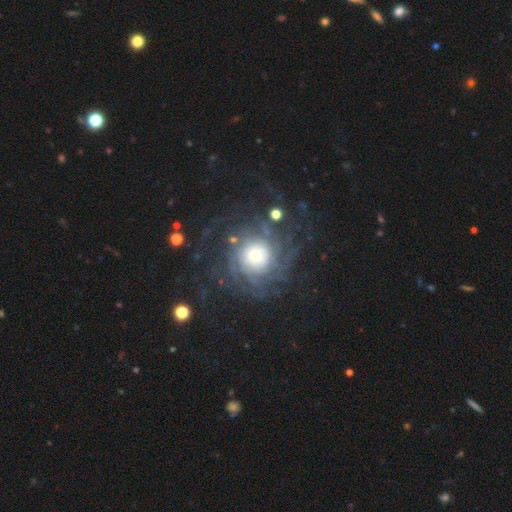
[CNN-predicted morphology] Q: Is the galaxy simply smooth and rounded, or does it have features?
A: featured or disk — 82%.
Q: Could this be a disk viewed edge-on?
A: no — 97%.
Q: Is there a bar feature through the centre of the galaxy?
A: no — 80%.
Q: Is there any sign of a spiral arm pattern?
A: yes — 95%.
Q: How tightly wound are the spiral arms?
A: tight — 60%.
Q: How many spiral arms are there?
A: can't tell — 28%.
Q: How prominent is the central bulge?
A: moderate — 34%.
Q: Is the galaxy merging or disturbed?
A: none — 70%.